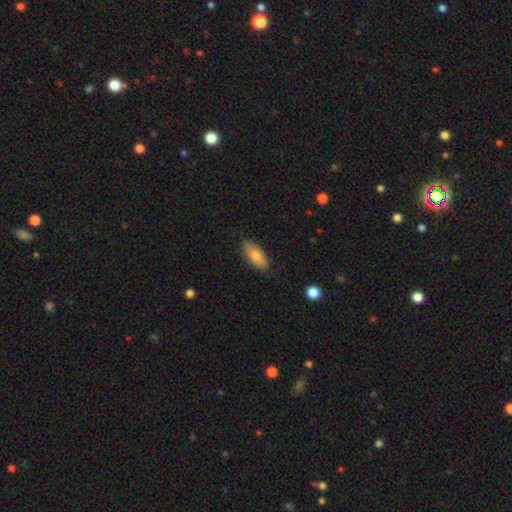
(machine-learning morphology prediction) A smooth galaxy with no disk features (79%) that is in between round and cigar-shaped (86%).

Vote fractions:
- Smooth or featured? smooth: 79% / featured or disk: 15% / star or artifact: 6%
- How rounded? in between: 86% / cigar-shaped: 12% / round: 2%
- Merging? none: 84% / minor disturbance: 13% / major disturbance: 2% / merger: 1%